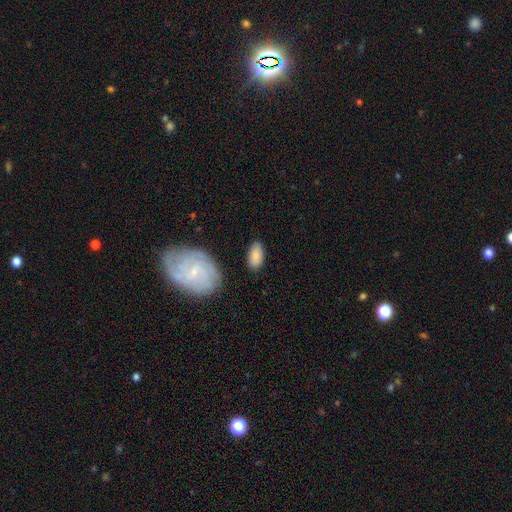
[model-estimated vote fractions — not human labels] smooth_or_featured: smooth (p=0.82) [alt: featured or disk p=0.12]
how_rounded: in between (p=0.92) [alt: cigar-shaped p=0.04]
merging: none (p=0.81) [alt: minor disturbance p=0.13]